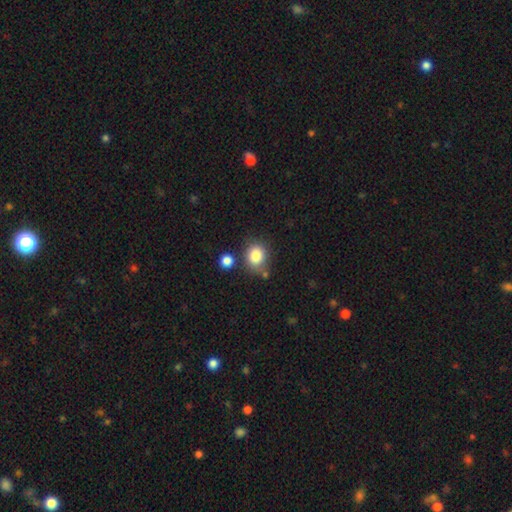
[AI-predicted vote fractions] smooth-or-featured: smooth: 84% | star or artifact: 10% | featured or disk: 7%
  how-rounded: round: 69% | in between: 30% | cigar-shaped: 1%
  merging: none: 70% | minor disturbance: 15% | merger: 11% | major disturbance: 4%